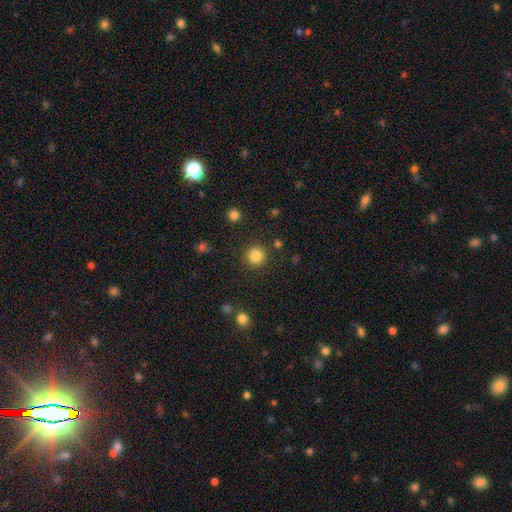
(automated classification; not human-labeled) This is clearly a smooth galaxy (85%). How rounded: clearly round (94%). Merging: clearly none (89%).